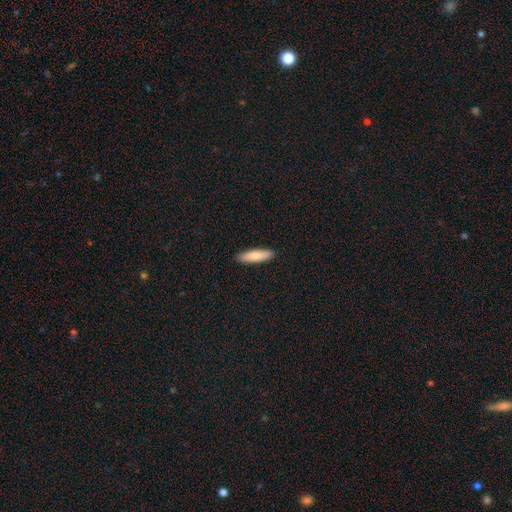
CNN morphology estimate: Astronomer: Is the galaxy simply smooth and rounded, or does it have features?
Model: smooth — 83%.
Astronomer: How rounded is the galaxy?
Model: cigar-shaped — 69%.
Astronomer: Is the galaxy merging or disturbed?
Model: none — 91%.